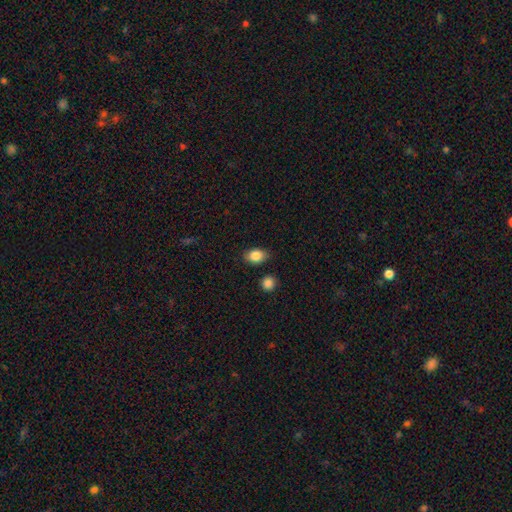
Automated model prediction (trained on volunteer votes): A smooth galaxy with no disk features (86%) that is in between round and cigar-shaped (76%).

Vote fractions:
- Smooth or featured? smooth: 86% / star or artifact: 8% / featured or disk: 6%
- How rounded? in between: 76% / round: 23% / cigar-shaped: 2%
- Merging? none: 81% / minor disturbance: 13% / merger: 3% / major disturbance: 3%